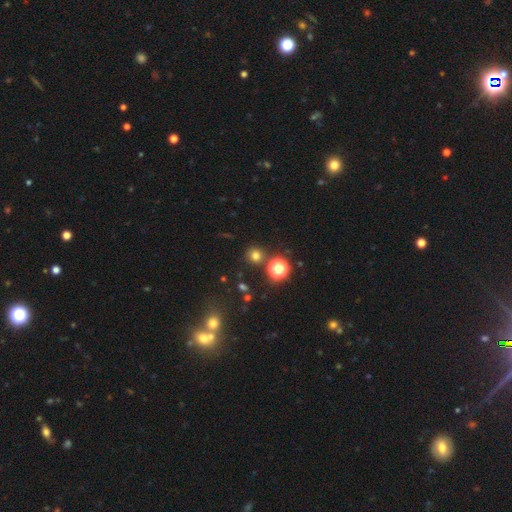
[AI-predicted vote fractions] Smooth or featured: smooth — 71% (star or artifact — 23%)
How rounded: round — 90% (in between — 9%)
Merging: none — 83% (minor disturbance — 8%)